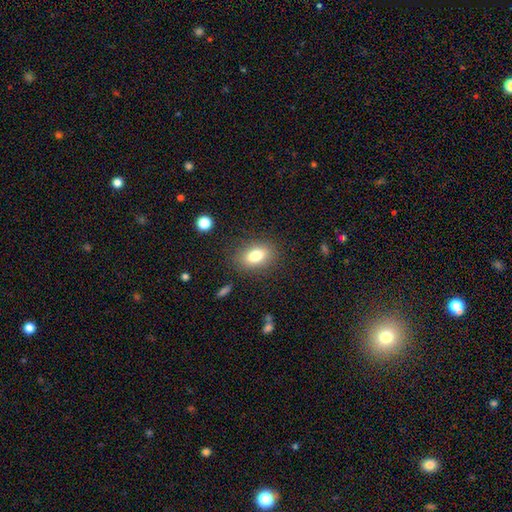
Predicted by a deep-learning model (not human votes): Overall: smooth (80%). How rounded: in between (84%). Merging: none (83%).